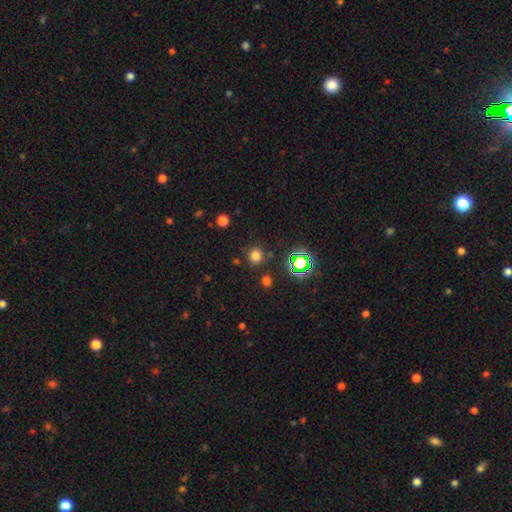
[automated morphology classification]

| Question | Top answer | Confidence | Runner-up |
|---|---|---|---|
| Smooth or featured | smooth | 71% | star or artifact (23%) |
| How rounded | round | 87% | in between (12%) |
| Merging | none | 82% | minor disturbance (9%) |